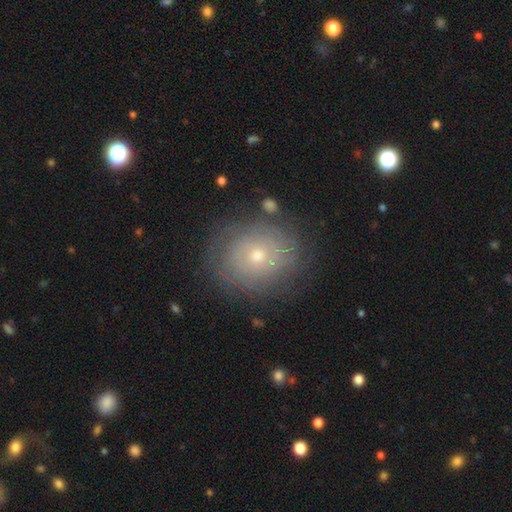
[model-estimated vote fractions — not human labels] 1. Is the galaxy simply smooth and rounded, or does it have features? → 54% featured or disk, 35% smooth, 11% star or artifact.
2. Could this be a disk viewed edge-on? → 96% no, 4% yes.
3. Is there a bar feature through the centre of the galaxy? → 87% no, 11% weak, 2% strong.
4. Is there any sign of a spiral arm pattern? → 64% yes, 36% no.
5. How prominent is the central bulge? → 61% small, 36% moderate, 2% large, 1% none, 1% dominant.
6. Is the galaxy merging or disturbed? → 78% none, 14% minor disturbance, 6% major disturbance, 2% merger.